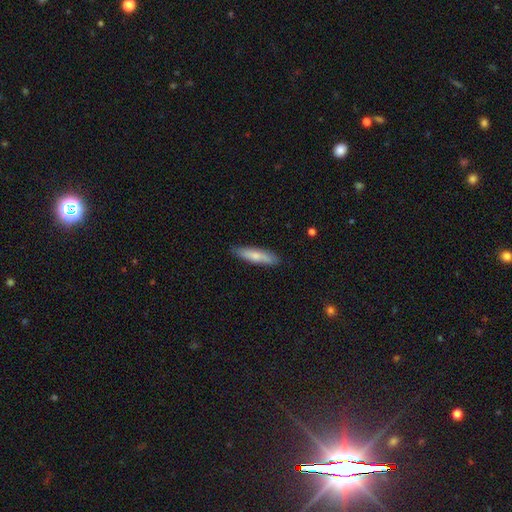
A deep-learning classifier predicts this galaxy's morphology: Q: Smooth or featured?
A: smooth (73%); runner-up: featured or disk (21%)
Q: How rounded?
A: cigar-shaped (77%); runner-up: in between (21%)
Q: Merging?
A: none (86%); runner-up: minor disturbance (11%)